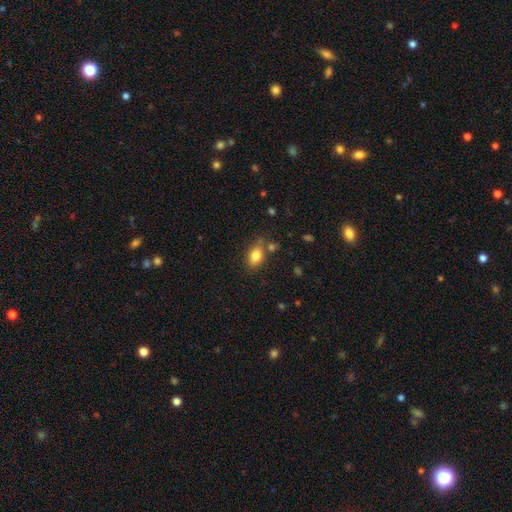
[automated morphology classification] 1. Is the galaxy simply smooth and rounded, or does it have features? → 82% smooth, 9% star or artifact, 9% featured or disk.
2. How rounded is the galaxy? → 82% in between, 16% round, 2% cigar-shaped.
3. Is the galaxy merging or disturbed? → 69% none, 16% minor disturbance, 10% merger, 5% major disturbance.